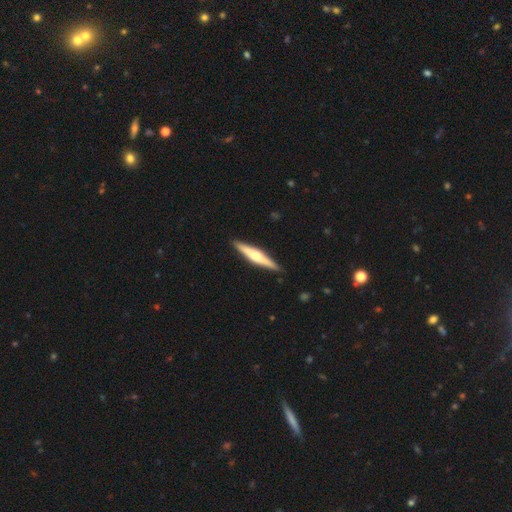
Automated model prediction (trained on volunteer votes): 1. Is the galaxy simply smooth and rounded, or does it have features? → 67% featured or disk, 28% smooth, 5% star or artifact.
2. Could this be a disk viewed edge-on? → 97% yes, 3% no.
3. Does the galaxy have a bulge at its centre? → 89% rounded, 6% boxy, 4% none.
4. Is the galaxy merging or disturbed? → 91% none, 7% minor disturbance, 1% major disturbance, 1% merger.